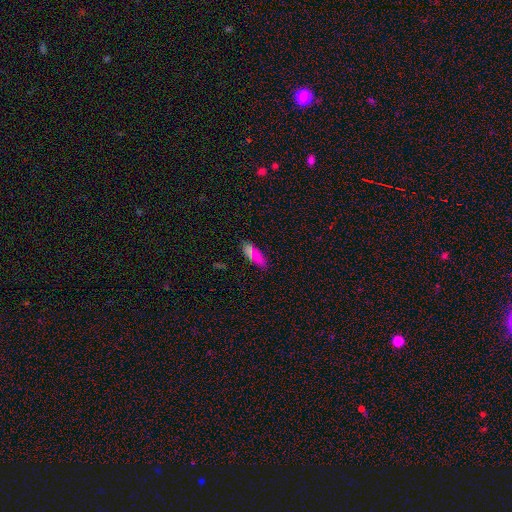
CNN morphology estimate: This appears to be a smooth galaxy with no disk features (72%) that is in between round and cigar-shaped (72%). Merging: none (82%).